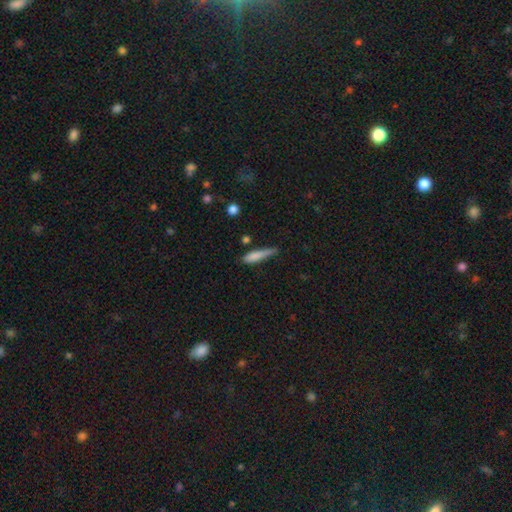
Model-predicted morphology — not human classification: Q: Smooth or featured?
A: smooth (79%); runner-up: featured or disk (14%)
Q: How rounded?
A: cigar-shaped (82%); runner-up: in between (16%)
Q: Merging?
A: none (53%); runner-up: minor disturbance (34%)